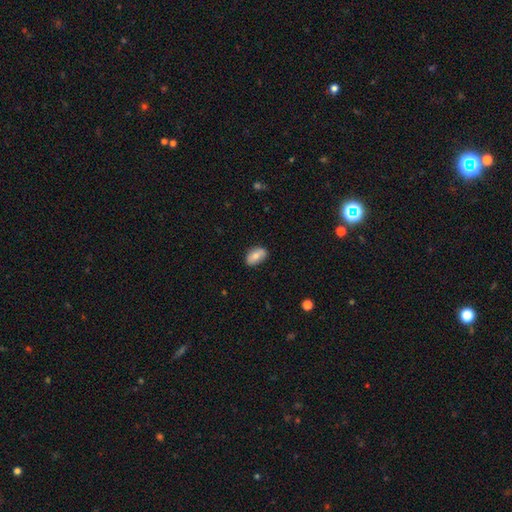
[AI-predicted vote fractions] Smooth or featured? smooth (71%)
How rounded? in between (91%)
Merging? none (81%)